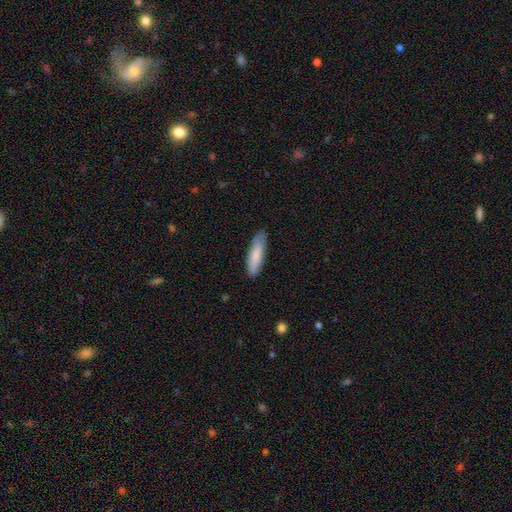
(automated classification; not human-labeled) The model was most divided on "how rounded": cigar-shaped: 68%, in between: 31%, round: 1%. More confident: smooth or featured — smooth (82%); merging — none (79%).